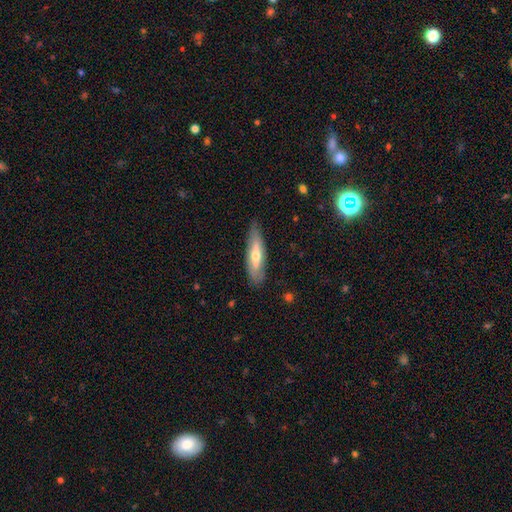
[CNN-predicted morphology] smooth_or_featured: featured or disk (p=0.48) [alt: smooth p=0.46]
merging: none (p=0.80) [alt: minor disturbance p=0.16]